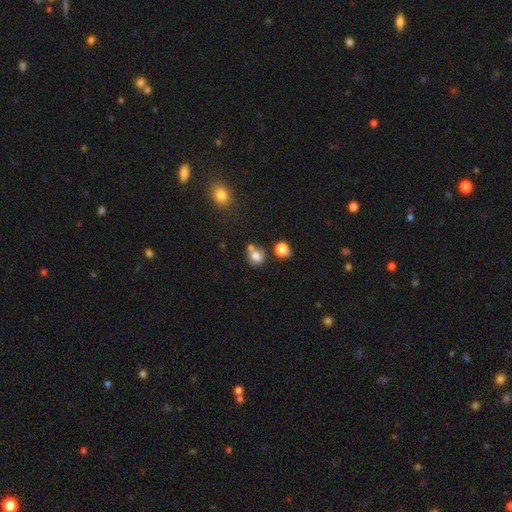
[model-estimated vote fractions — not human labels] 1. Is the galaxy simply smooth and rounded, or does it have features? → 74% smooth, 13% featured or disk, 12% star or artifact.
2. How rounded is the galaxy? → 58% round, 40% in between, 1% cigar-shaped.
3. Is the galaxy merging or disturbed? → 47% none, 32% merger, 15% minor disturbance, 5% major disturbance.